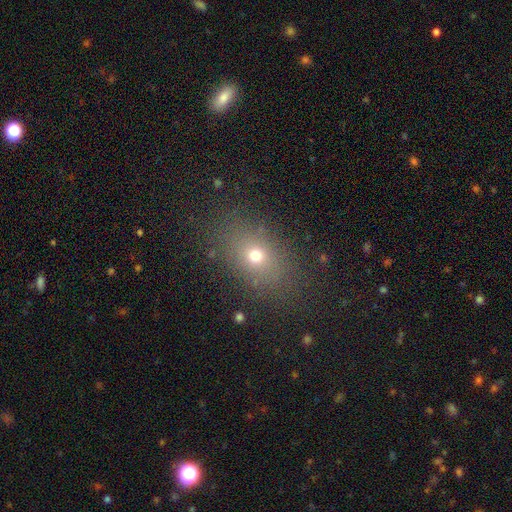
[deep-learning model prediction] A smooth galaxy with no disk features (67%) that is in between round and cigar-shaped (63%). Merging: none (81%).